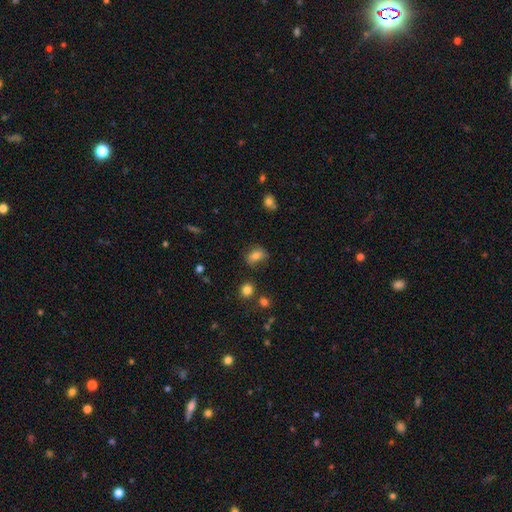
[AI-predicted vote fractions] A smooth galaxy with no disk features (69%) that is in between round and cigar-shaped (66%).

Vote fractions:
- Smooth or featured? smooth: 69% / featured or disk: 19% / star or artifact: 12%
- How rounded? in between: 66% / round: 32% / cigar-shaped: 3%
- Merging? none: 70% / minor disturbance: 20% / major disturbance: 6% / merger: 3%